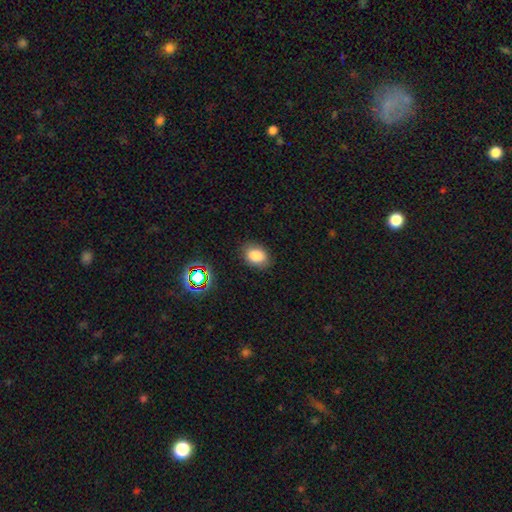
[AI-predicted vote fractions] This is clearly a smooth galaxy (81%). How rounded: likely in between (72%). Merging: clearly none (84%).